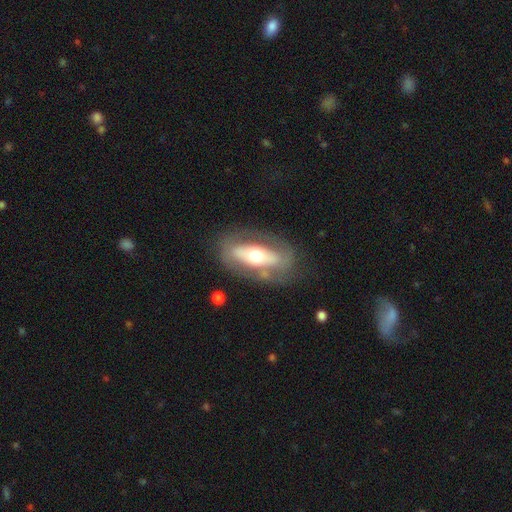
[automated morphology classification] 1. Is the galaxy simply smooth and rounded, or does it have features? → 61% featured or disk, 33% smooth, 6% star or artifact.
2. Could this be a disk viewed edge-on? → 77% no, 23% yes.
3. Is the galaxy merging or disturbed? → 73% none, 15% minor disturbance, 10% major disturbance, 3% merger.